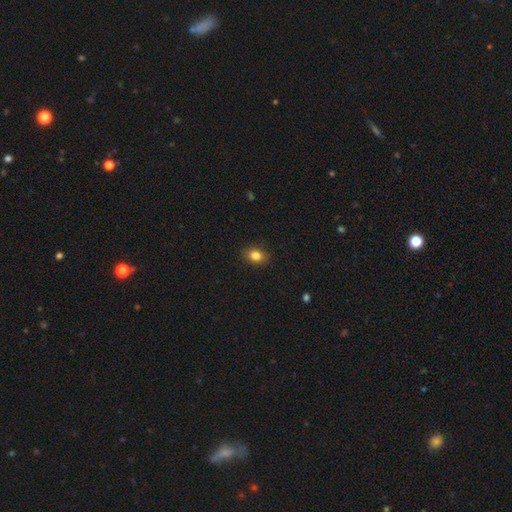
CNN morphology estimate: Smooth or featured: smooth — 83% (star or artifact — 11%)
How rounded: in between — 61% (round — 37%)
Merging: none — 89% (minor disturbance — 8%)